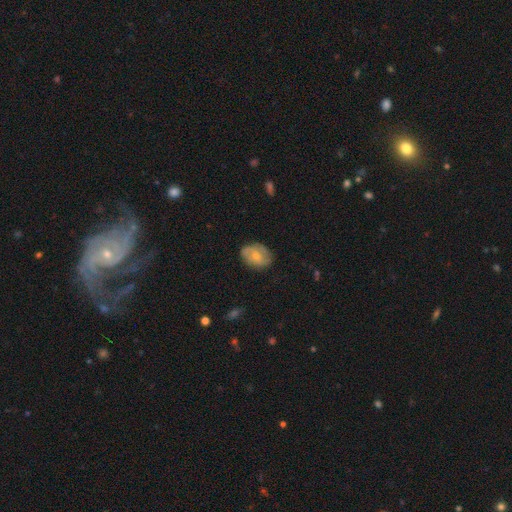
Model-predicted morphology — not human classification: smooth 57%, featured or disk 36%, star or artifact 7%. Down the decision tree: how rounded — in between (70%); merging — none (70%).